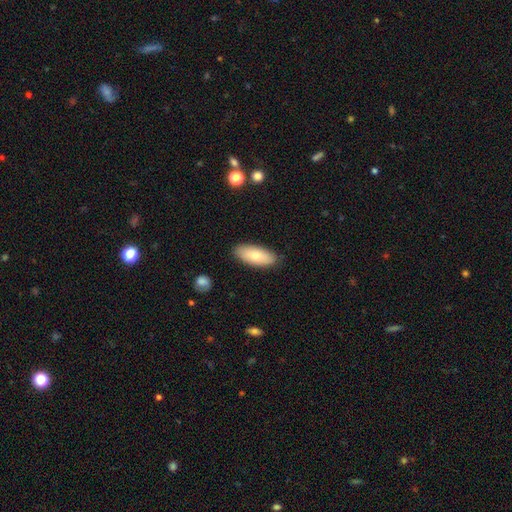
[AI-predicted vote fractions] The model was most divided on "smooth or featured": smooth: 77%, featured or disk: 17%, star or artifact: 6%. More confident: merging — none (86%); how rounded — in between (83%).